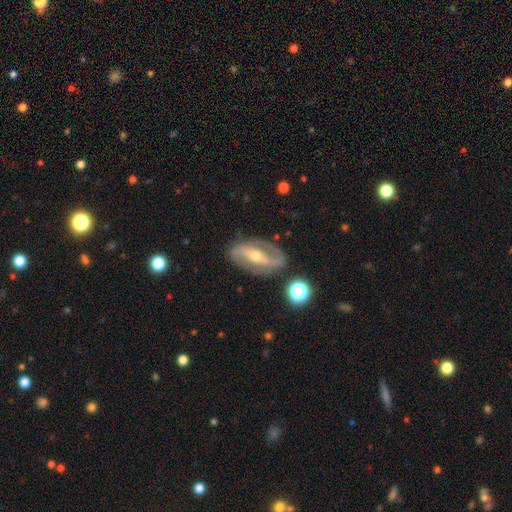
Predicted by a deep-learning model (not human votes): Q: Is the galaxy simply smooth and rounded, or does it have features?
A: featured or disk — 86%.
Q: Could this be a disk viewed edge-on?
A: no — 92%.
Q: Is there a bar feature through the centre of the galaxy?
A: strong — 63%.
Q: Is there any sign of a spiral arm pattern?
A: yes — 88%.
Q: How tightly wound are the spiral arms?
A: medium — 43%.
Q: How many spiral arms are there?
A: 2 — 89%.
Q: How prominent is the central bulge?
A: small — 49%.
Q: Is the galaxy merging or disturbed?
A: none — 82%.